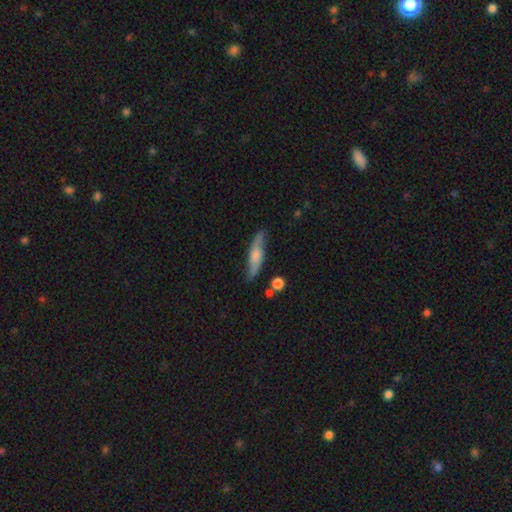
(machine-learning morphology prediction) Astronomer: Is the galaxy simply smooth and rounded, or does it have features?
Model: smooth — 52% (runner-up: featured or disk, 42%).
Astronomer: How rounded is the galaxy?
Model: cigar-shaped — 75%.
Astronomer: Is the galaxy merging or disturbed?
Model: none — 76%.